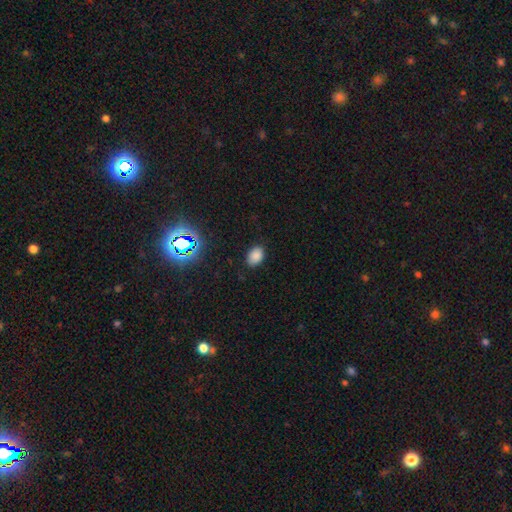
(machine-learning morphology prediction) A smooth galaxy with no disk features (81%) that is in between round and cigar-shaped (81%).

Vote fractions:
- Smooth or featured? smooth: 81% / star or artifact: 15% / featured or disk: 4%
- How rounded? in between: 81% / round: 18% / cigar-shaped: 1%
- Merging? none: 84% / minor disturbance: 12% / major disturbance: 3% / merger: 1%